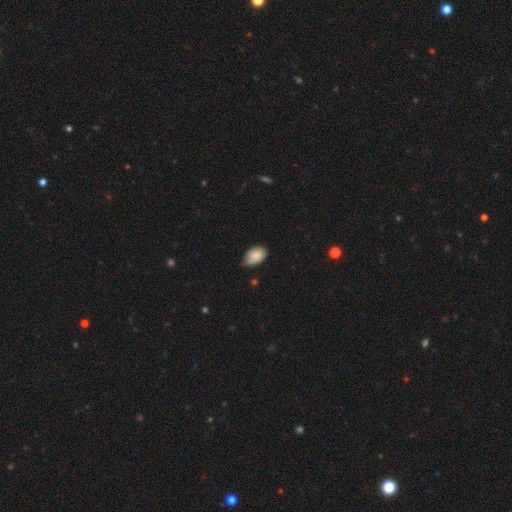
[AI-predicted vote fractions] A smooth galaxy with no disk features (85%) that is in between round and cigar-shaped (92%). Merging: none (55%).